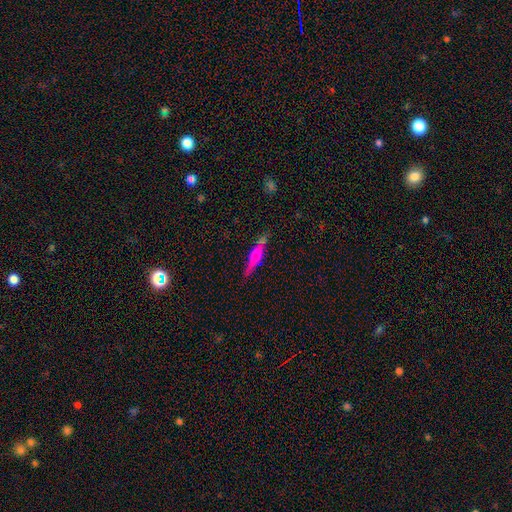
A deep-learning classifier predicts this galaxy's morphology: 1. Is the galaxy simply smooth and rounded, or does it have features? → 53% featured or disk, 41% smooth, 6% star or artifact.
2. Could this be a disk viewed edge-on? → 94% yes, 6% no.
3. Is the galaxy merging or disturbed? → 78% none, 15% minor disturbance, 4% merger, 3% major disturbance.